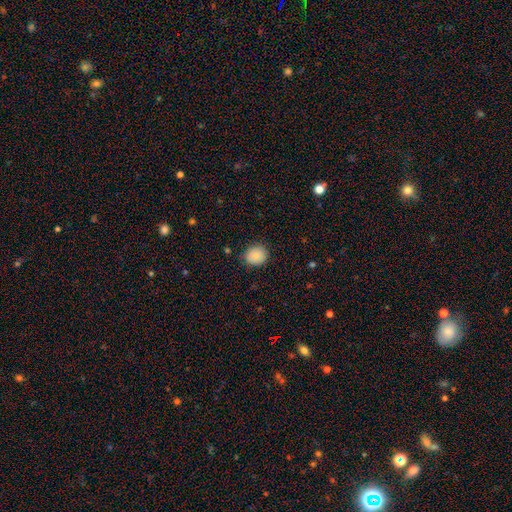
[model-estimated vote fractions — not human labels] This appears to be a smooth galaxy with no disk features (86%) that is round (73%). Merging: none (84%).